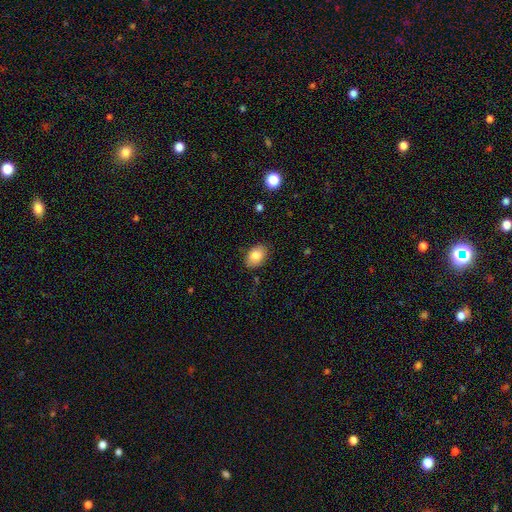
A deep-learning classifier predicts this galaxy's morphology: A smooth galaxy with no disk features (83%) that is in between round and cigar-shaped (82%).

Vote fractions:
- Smooth or featured? smooth: 83% / featured or disk: 9% / star or artifact: 8%
- How rounded? in between: 82% / round: 17% / cigar-shaped: 1%
- Merging? none: 85% / minor disturbance: 11% / major disturbance: 3% / merger: 1%